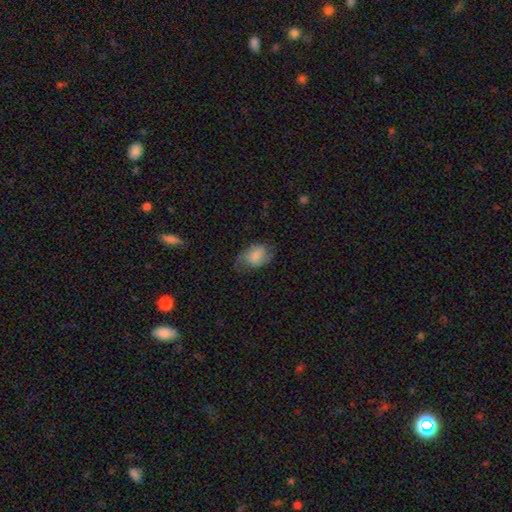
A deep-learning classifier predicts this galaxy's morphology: Smooth or featured?
  - smooth: 55% *
  - featured or disk: 36%
  - star or artifact: 9%
How rounded?
  - in between: 74% *
  - round: 24%
  - cigar-shaped: 1%
Merging?
  - none: 57% *
  - minor disturbance: 26%
  - major disturbance: 15%
  - merger: 1%